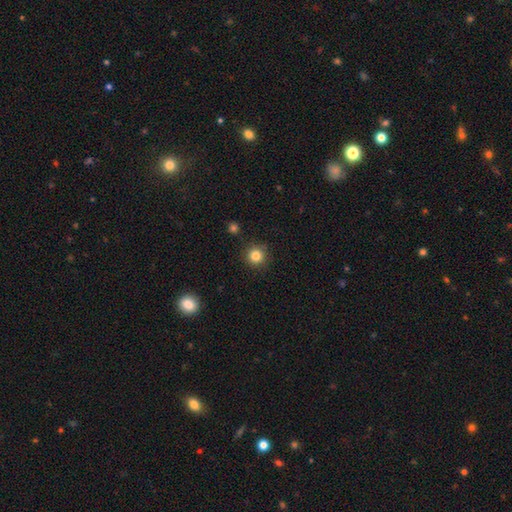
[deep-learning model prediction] A smooth galaxy with no disk features (84%) that is round (94%). Merging: none (89%).